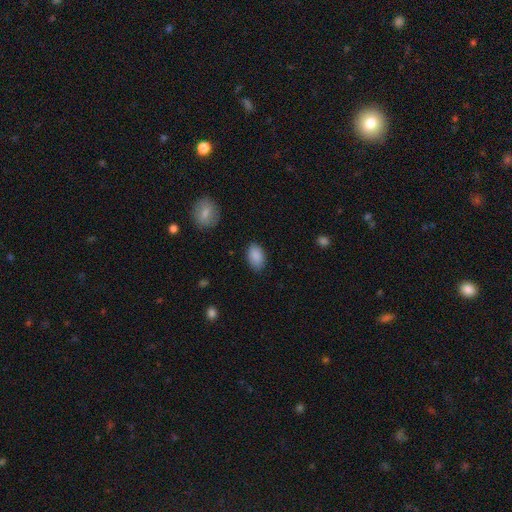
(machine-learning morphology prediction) Smooth or featured?
  - smooth: 89% *
  - star or artifact: 7%
  - featured or disk: 4%
How rounded?
  - in between: 91% *
  - round: 8%
  - cigar-shaped: 1%
Merging?
  - none: 83% *
  - minor disturbance: 13%
  - major disturbance: 3%
  - merger: 1%